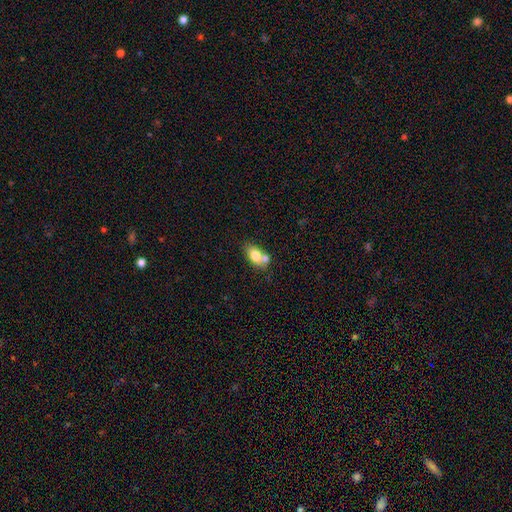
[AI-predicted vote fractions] The model was most divided on "merging": none: 44%, merger: 38%, minor disturbance: 14%, major disturbance: 4%. More confident: how rounded — in between (85%); smooth or featured — smooth (75%).